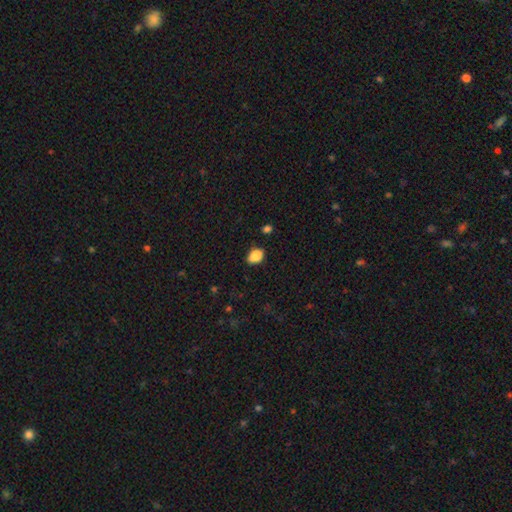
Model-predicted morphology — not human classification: The model was most divided on "how rounded": in between: 78%, round: 21%, cigar-shaped: 1%. More confident: smooth or featured — smooth (88%); merging — none (80%).